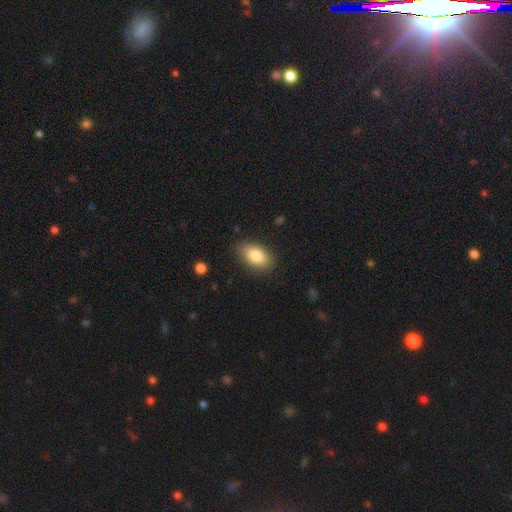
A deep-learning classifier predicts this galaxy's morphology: The model was most divided on "merging": none: 83%, minor disturbance: 13%, major disturbance: 3%, merger: 1%. More confident: how rounded — in between (92%); smooth or featured — smooth (83%).